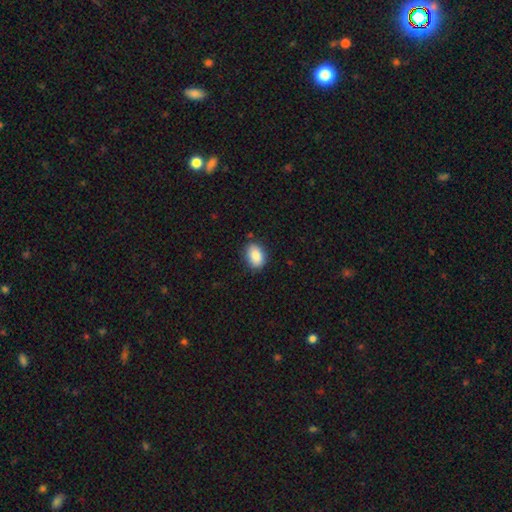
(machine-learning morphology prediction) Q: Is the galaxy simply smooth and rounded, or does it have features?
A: smooth — 88%.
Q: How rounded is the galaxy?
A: in between — 85%.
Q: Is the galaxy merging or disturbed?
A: none — 83%.